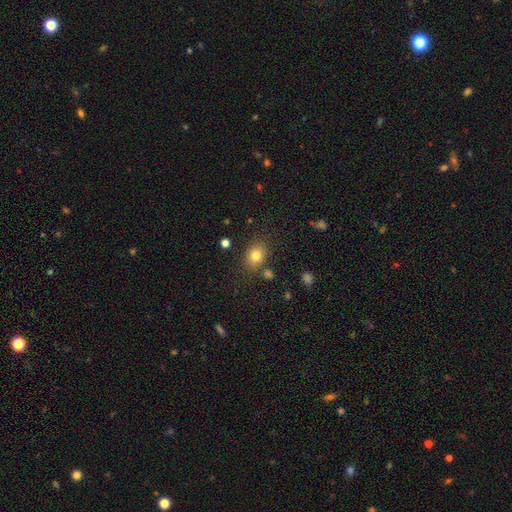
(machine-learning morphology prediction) smooth 80%, star or artifact 12%, featured or disk 8%. Down the decision tree: how rounded — in between (53%); merging — none (80%).